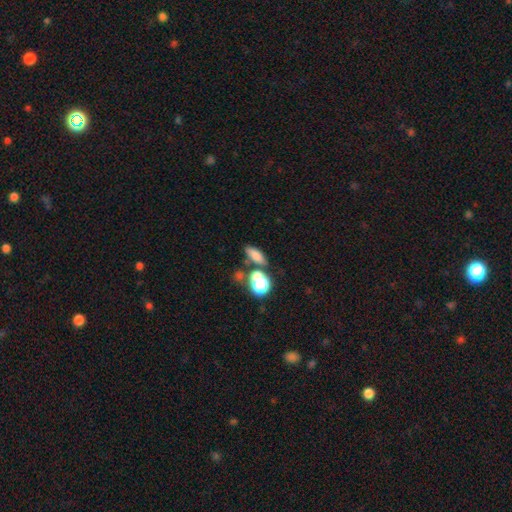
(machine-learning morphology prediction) smooth_or_featured: smooth (p=0.70) [alt: star or artifact p=0.16]
how_rounded: in between (p=0.63) [alt: round p=0.19]
merging: none (p=0.62) [alt: merger p=0.21]